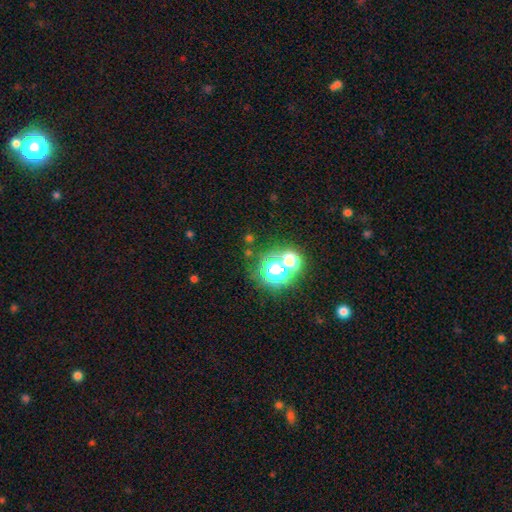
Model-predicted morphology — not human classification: The model was most divided on "smooth or featured": star or artifact: 66%, smooth: 25%, featured or disk: 9%.